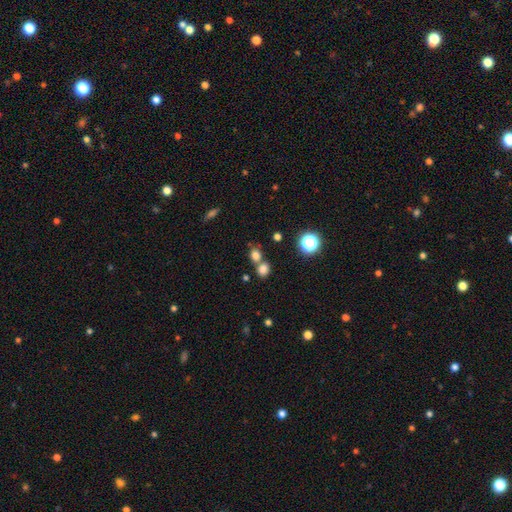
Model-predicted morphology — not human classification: This appears to be a smooth galaxy with no disk features (76%) that is round (68%). Merging: none (51%).